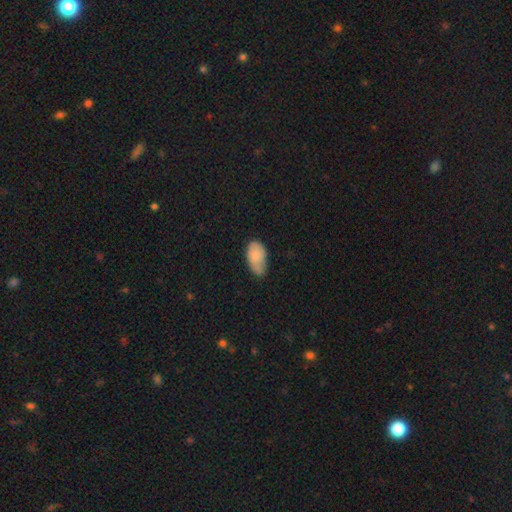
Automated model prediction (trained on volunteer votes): Q: Smooth or featured?
A: smooth (81%); runner-up: featured or disk (11%)
Q: How rounded?
A: in between (94%); runner-up: round (4%)
Q: Merging?
A: none (47%); runner-up: minor disturbance (42%)